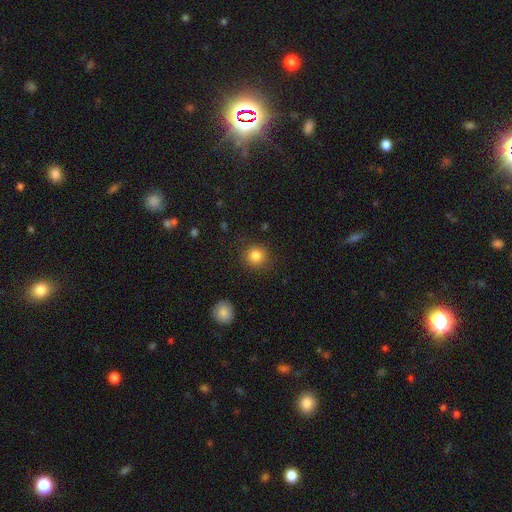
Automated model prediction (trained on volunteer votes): Smooth or featured? Predicted: smooth (p=0.83). How rounded? Predicted: round (p=0.92). Merging? Predicted: none (p=0.89).